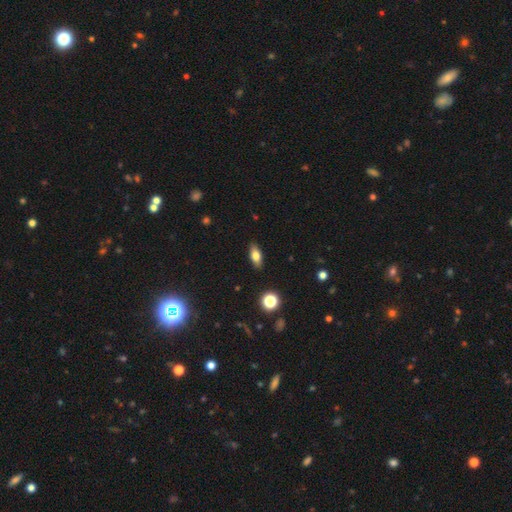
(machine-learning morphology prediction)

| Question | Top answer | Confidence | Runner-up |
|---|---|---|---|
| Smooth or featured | smooth | 72% | featured or disk (19%) |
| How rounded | in between | 79% | cigar-shaped (16%) |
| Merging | none | 88% | minor disturbance (9%) |